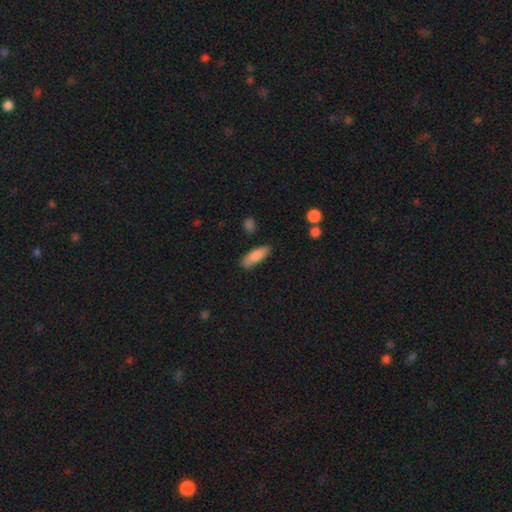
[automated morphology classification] This is clearly a smooth galaxy (82%). How rounded: possibly in between (53%). Merging: clearly none (80%).